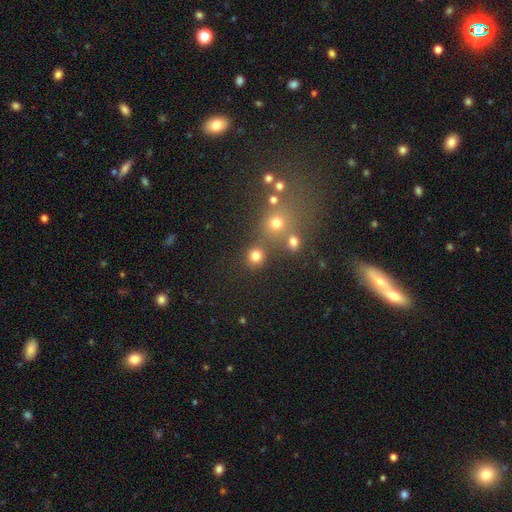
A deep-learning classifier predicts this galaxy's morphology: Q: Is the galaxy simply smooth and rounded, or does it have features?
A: smooth — 78%.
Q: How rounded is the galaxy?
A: round — 91%.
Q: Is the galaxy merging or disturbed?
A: none — 78%.